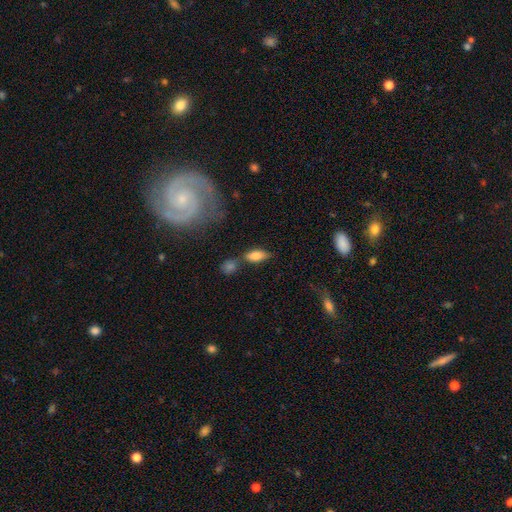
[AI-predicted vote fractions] Q: Smooth or featured?
A: smooth (78%); runner-up: featured or disk (15%)
Q: How rounded?
A: in between (78%); runner-up: cigar-shaped (19%)
Q: Merging?
A: none (62%); runner-up: minor disturbance (16%)